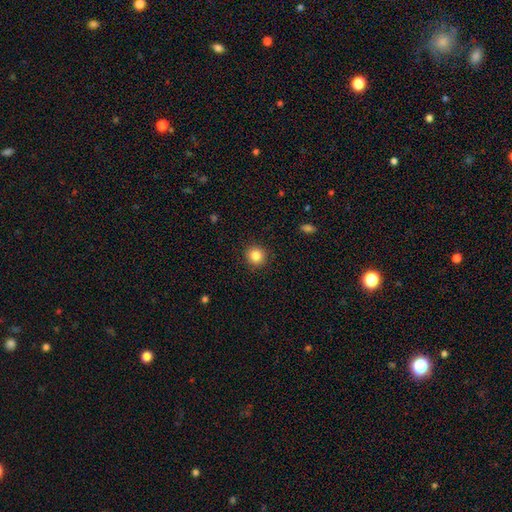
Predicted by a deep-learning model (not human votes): Smooth or featured? Predicted: smooth (p=0.85). How rounded? Predicted: round (p=0.92). Merging? Predicted: none (p=0.91).